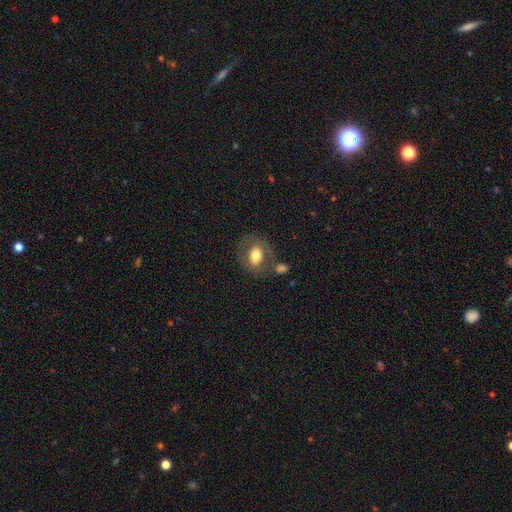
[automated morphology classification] Overall: smooth (61%; featured or disk 31%). How rounded: in between (59%; round 39%). Merging: none (64%).